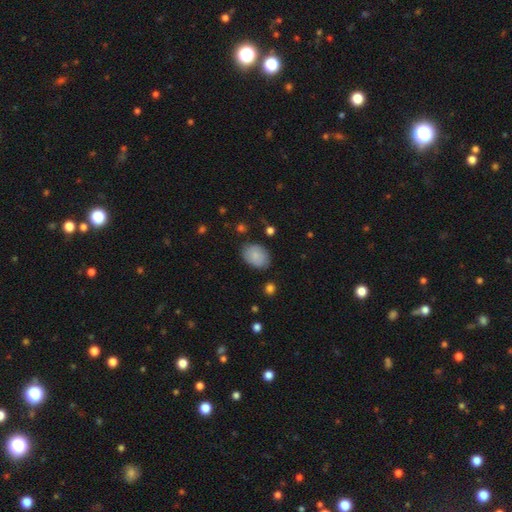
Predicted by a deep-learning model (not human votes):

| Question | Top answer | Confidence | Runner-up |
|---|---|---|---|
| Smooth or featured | smooth | 83% | featured or disk (10%) |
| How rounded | in between | 76% | round (23%) |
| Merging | none | 79% | minor disturbance (15%) |